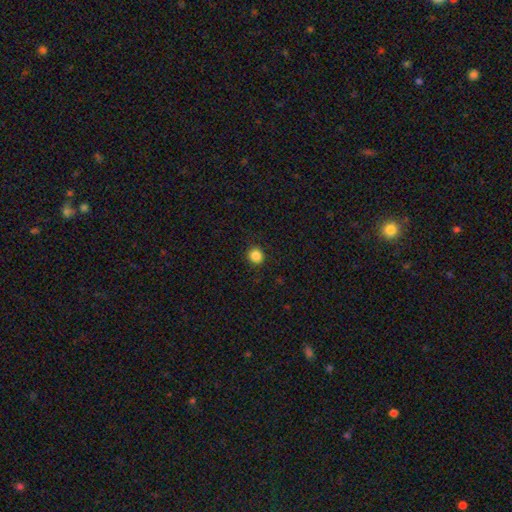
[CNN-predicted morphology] The model was most divided on "smooth or featured": smooth: 86%, star or artifact: 11%, featured or disk: 3%. More confident: merging — none (91%); how rounded — round (90%).